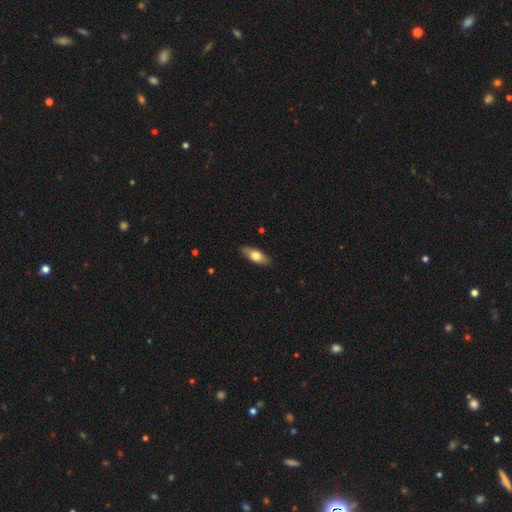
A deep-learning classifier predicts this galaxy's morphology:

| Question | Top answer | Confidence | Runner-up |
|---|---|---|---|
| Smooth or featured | smooth | 65% | featured or disk (30%) |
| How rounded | in between | 74% | cigar-shaped (23%) |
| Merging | none | 87% | minor disturbance (10%) |